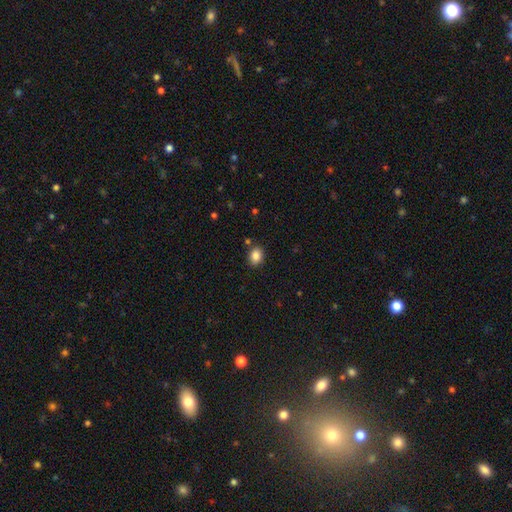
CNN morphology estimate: Overall: smooth (86%). How rounded: round (50%; in between 49%). Merging: none (85%).